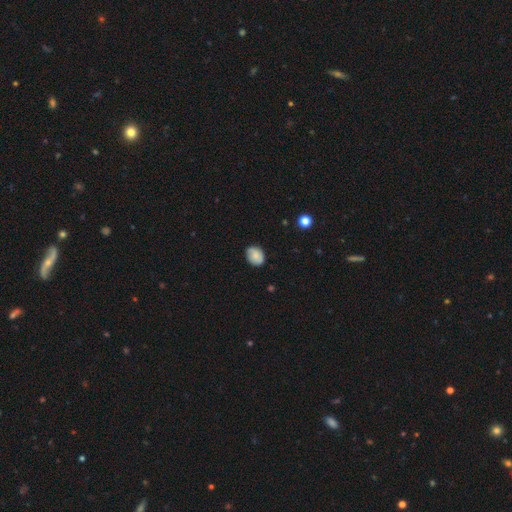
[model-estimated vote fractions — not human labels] smooth 75%, featured or disk 17%, star or artifact 8%. Down the decision tree: how rounded — in between (56%); merging — none (80%).